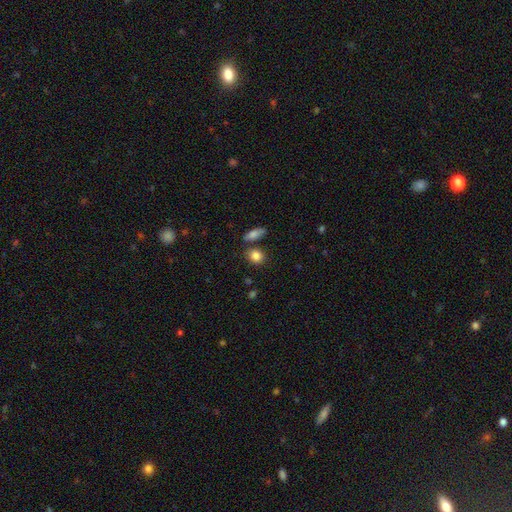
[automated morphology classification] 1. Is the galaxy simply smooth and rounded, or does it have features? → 85% smooth, 8% star or artifact, 7% featured or disk.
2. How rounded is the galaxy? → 51% in between, 47% round, 3% cigar-shaped.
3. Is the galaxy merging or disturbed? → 72% none, 13% merger, 12% minor disturbance, 3% major disturbance.